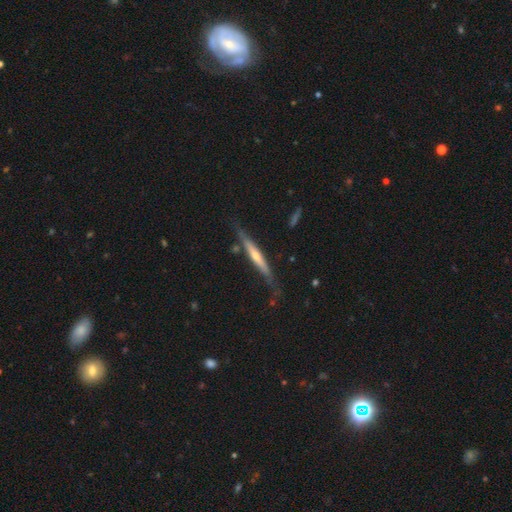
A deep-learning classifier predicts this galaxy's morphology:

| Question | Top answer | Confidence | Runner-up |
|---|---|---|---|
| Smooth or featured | featured or disk | 75% | smooth (19%) |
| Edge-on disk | yes | 94% | no (6%) |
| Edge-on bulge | rounded | 74% | none (19%) |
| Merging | none | 69% | minor disturbance (22%) |